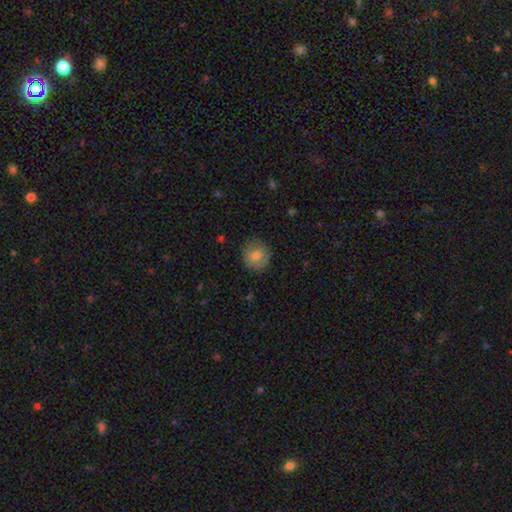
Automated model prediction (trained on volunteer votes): A smooth galaxy with no disk features (80%) that is round (87%). Merging: none (82%).